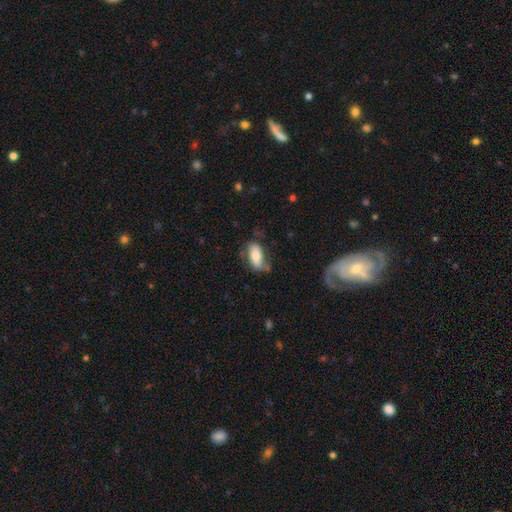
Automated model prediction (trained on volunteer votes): A smooth galaxy with no disk features (67%) that is in between round and cigar-shaped (88%). Merging: none (55%).